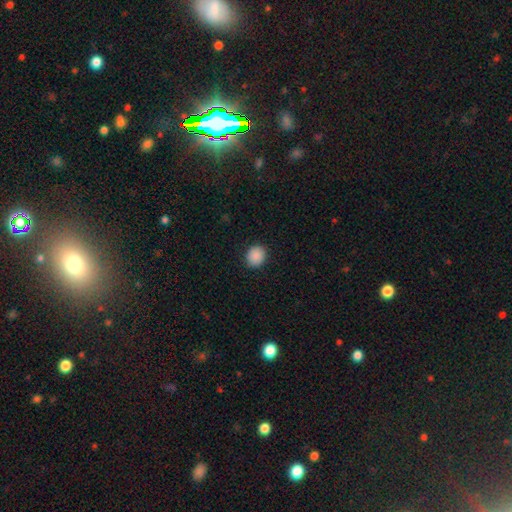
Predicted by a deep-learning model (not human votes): Smooth or featured?
  - smooth: 90% *
  - star or artifact: 8%
  - featured or disk: 2%
How rounded?
  - round: 73% *
  - in between: 26%
  - cigar-shaped: 1%
Merging?
  - none: 90% *
  - minor disturbance: 7%
  - major disturbance: 2%
  - merger: 1%